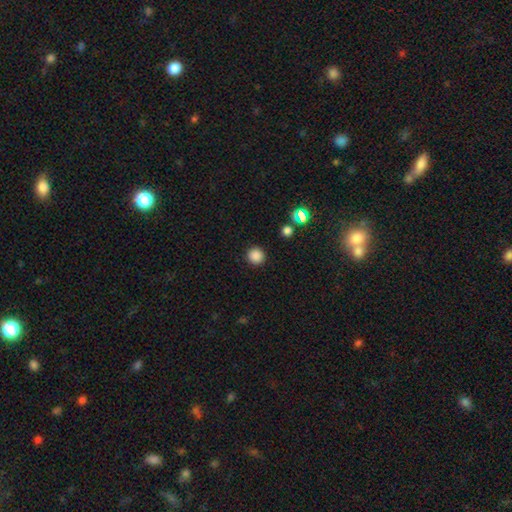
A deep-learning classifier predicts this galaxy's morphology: This is clearly a smooth galaxy (85%). How rounded: clearly round (95%). Merging: clearly none (92%).